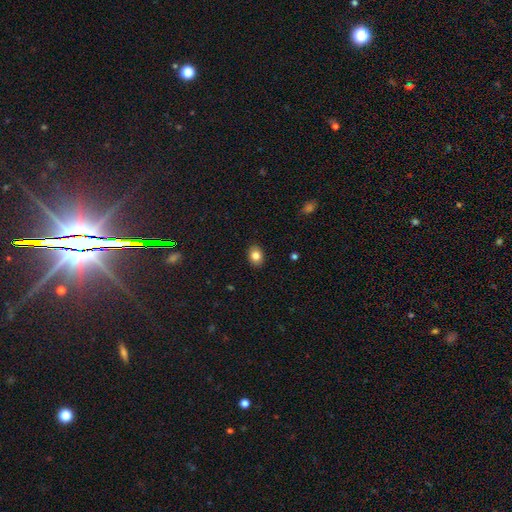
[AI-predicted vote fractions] smooth 83%, star or artifact 10%, featured or disk 7%. Down the decision tree: how rounded — in between (61%); merging — none (90%).